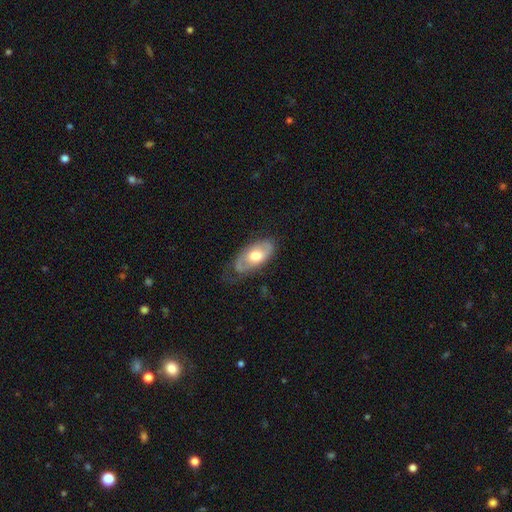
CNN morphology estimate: A smooth galaxy with no disk features (52%) that is in between round and cigar-shaped (91%).

Vote fractions:
- Smooth or featured? smooth: 52% / featured or disk: 42% / star or artifact: 5%
- How rounded? in between: 91% / cigar-shaped: 5% / round: 4%
- Merging? none: 56% / minor disturbance: 29% / major disturbance: 14% / merger: 2%